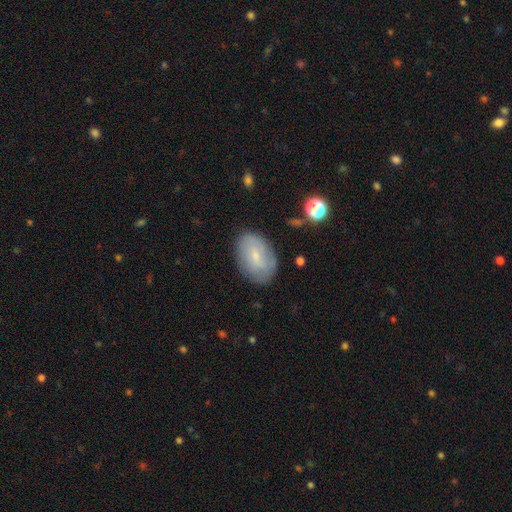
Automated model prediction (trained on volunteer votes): smooth_or_featured: smooth (p=0.60) [alt: featured or disk p=0.32]
how_rounded: in between (p=0.87) [alt: round p=0.12]
merging: none (p=0.79) [alt: minor disturbance p=0.15]